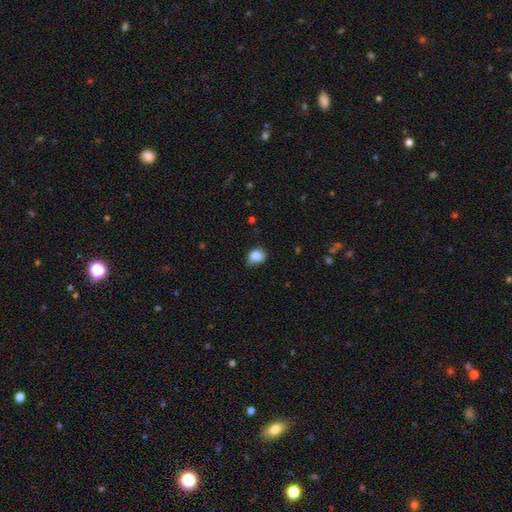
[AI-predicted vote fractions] smooth 82%, star or artifact 9%, featured or disk 9%. Down the decision tree: how rounded — round (55%); merging — none (63%).